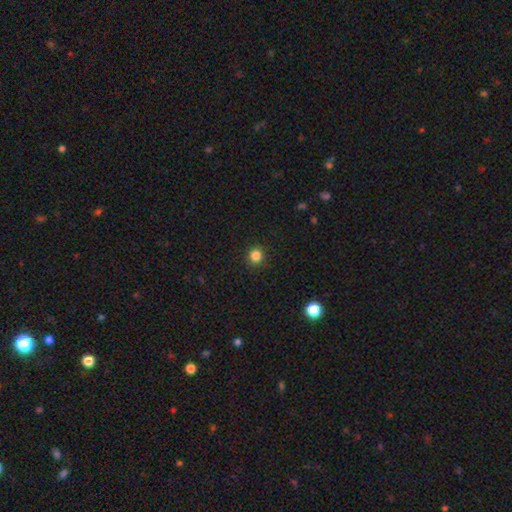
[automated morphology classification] A smooth galaxy with no disk features (83%) that is round (93%). Merging: none (91%).